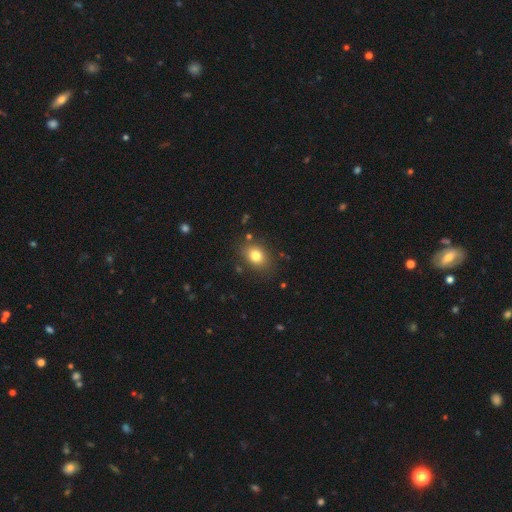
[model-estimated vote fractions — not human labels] A smooth galaxy with no disk features (80%) that is in between round and cigar-shaped (63%).

Vote fractions:
- Smooth or featured? smooth: 80% / star or artifact: 11% / featured or disk: 9%
- How rounded? in between: 63% / round: 36% / cigar-shaped: 1%
- Merging? none: 83% / minor disturbance: 12% / major disturbance: 4% / merger: 2%